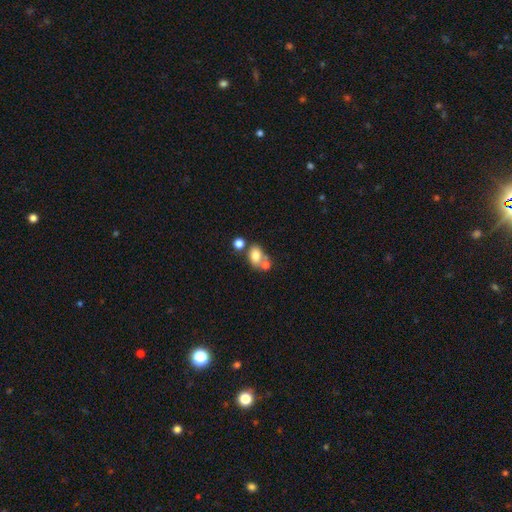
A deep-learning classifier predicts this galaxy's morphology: Overall: smooth (75%). How rounded: in between (71%). Merging: none (42%; merger 40%).